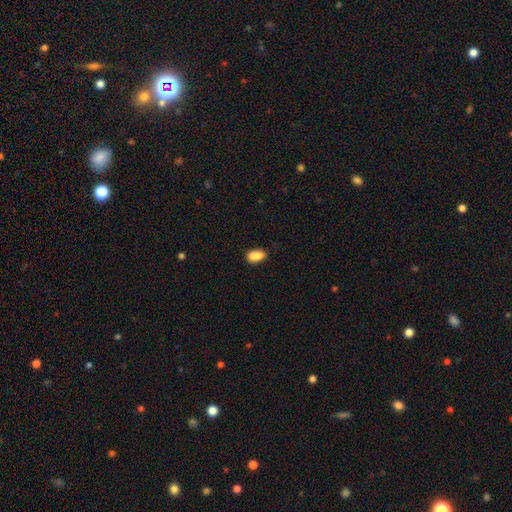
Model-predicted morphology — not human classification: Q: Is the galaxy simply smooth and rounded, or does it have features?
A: smooth — 86%.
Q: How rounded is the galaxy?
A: in between — 88%.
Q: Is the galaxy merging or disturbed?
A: none — 66%.